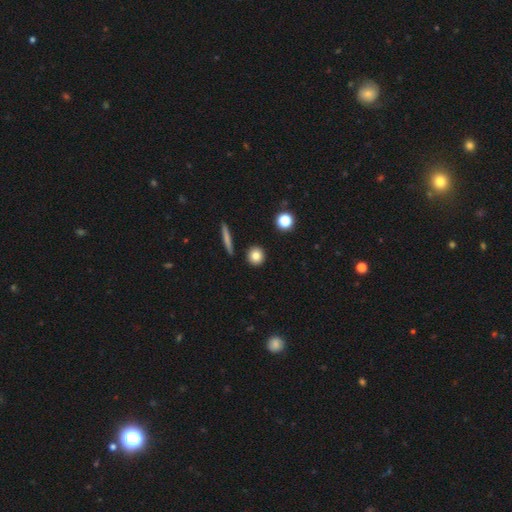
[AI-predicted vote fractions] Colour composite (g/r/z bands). It shows a smooth galaxy with no disk features (82%) that is round (90%). Merging: none (90%).